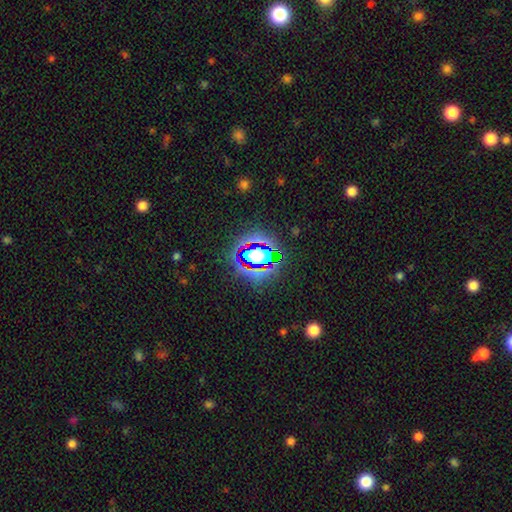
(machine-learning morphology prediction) Smooth or featured?
  - star or artifact: 60% *
  - smooth: 26%
  - featured or disk: 14%